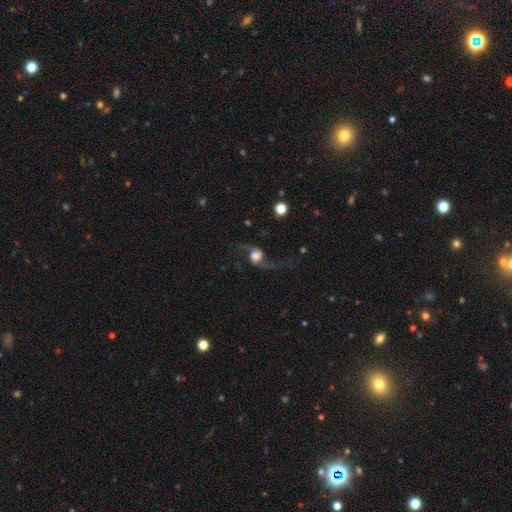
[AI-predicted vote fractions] Smooth or featured?
  - featured or disk: 81% *
  - smooth: 12%
  - star or artifact: 8%
Edge-on disk?
  - no: 94% *
  - yes: 6%
Bar?
  - no: 59% *
  - weak: 31%
  - strong: 11%
Spiral arms?
  - yes: 95% *
  - no: 5%
Spiral winding?
  - loose: 90% *
  - medium: 9%
  - tight: 2%
Spiral arm count?
  - 2: 93% *
  - 1: 3%
  - can't tell: 1%
  - 3: 1%
  - 4: 1%
  - more than 4: 1%
Bulge size?
  - large: 41% *
  - moderate: 33%
  - dominant: 13%
  - small: 9%
  - none: 4%
Merging?
  - none: 64% *
  - major disturbance: 18%
  - minor disturbance: 14%
  - merger: 4%